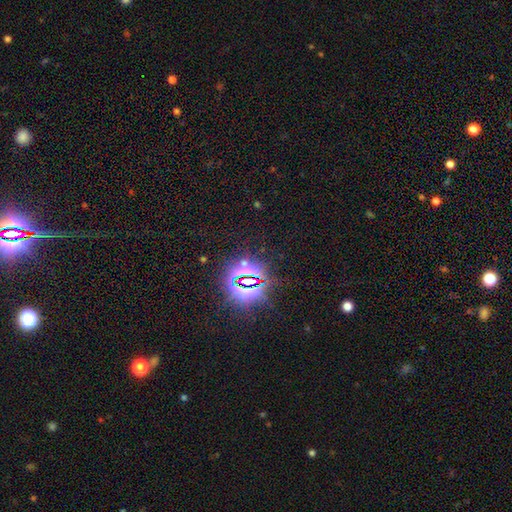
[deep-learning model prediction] Smooth or featured? Predicted: star or artifact (p=0.86).